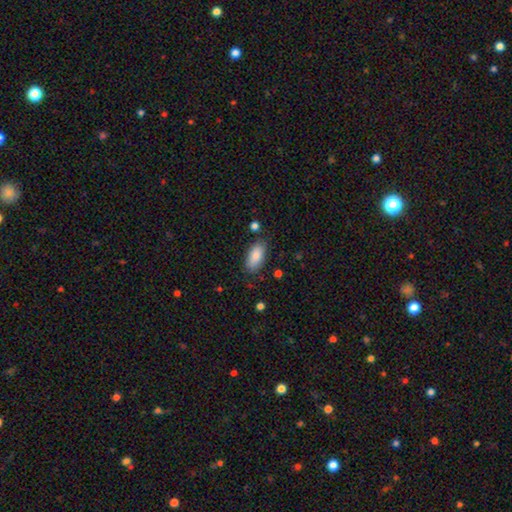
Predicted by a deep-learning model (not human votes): smooth-or-featured: smooth: 85% | featured or disk: 8% | star or artifact: 7%
  how-rounded: in between: 90% | cigar-shaped: 8% | round: 2%
  merging: none: 81% | minor disturbance: 14% | major disturbance: 3% | merger: 3%